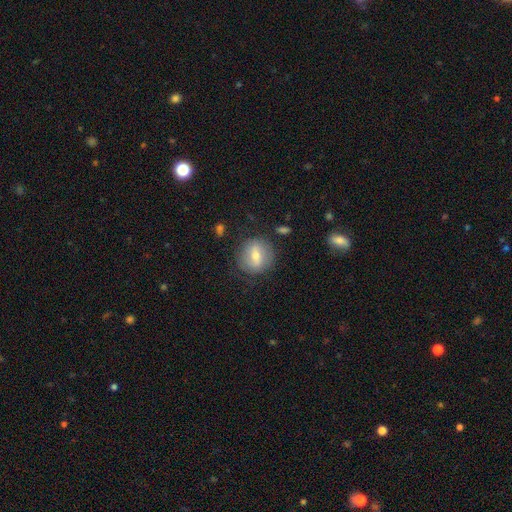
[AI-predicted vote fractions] Overall: smooth (56%; featured or disk 36%). How rounded: round (82%). Merging: none (78%).